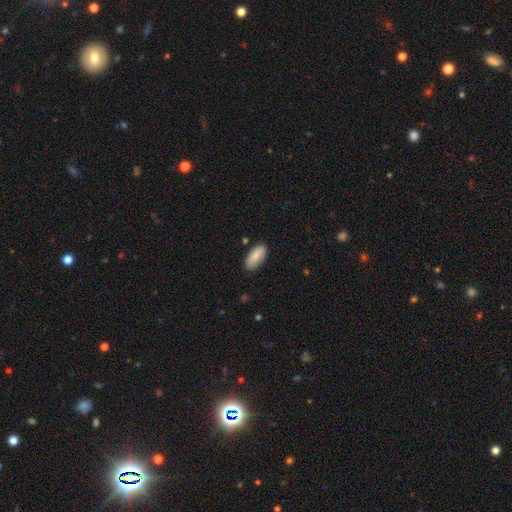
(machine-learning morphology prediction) smooth_or_featured: smooth (p=0.85) [alt: featured or disk p=0.08]
how_rounded: in between (p=0.88) [alt: cigar-shaped p=0.10]
merging: none (p=0.85) [alt: minor disturbance p=0.12]